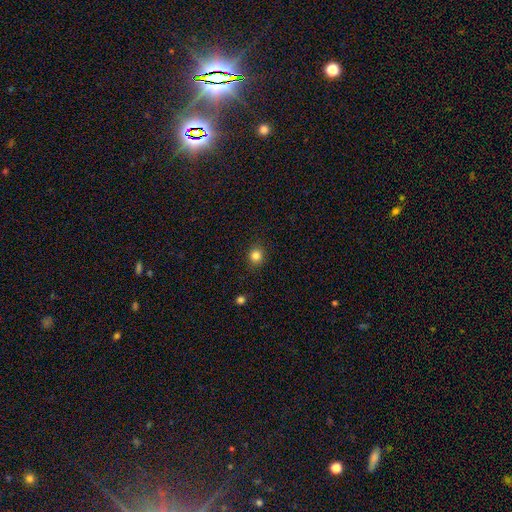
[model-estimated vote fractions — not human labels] Smooth or featured? smooth (83%)
How rounded? round (86%)
Merging? none (90%)